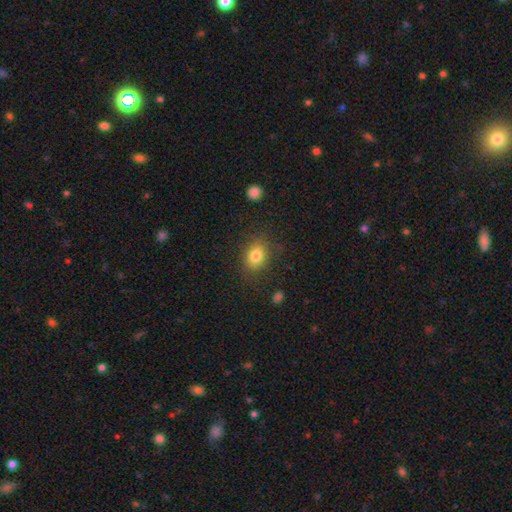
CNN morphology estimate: Smooth or featured: smooth — 82% (star or artifact — 10%)
How rounded: in between — 64% (round — 35%)
Merging: none — 81% (minor disturbance — 13%)